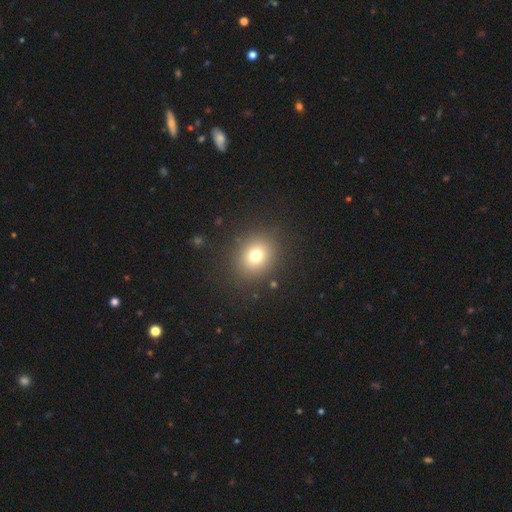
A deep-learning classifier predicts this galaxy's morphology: smooth 75%, star or artifact 15%, featured or disk 10%. Down the decision tree: how rounded — round (72%); merging — none (87%).